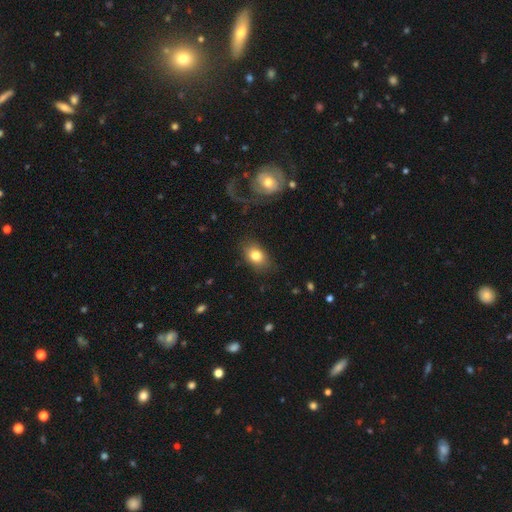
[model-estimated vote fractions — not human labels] Smooth or featured: smooth — 80% (featured or disk — 11%)
How rounded: in between — 75% (round — 23%)
Merging: none — 79% (minor disturbance — 15%)